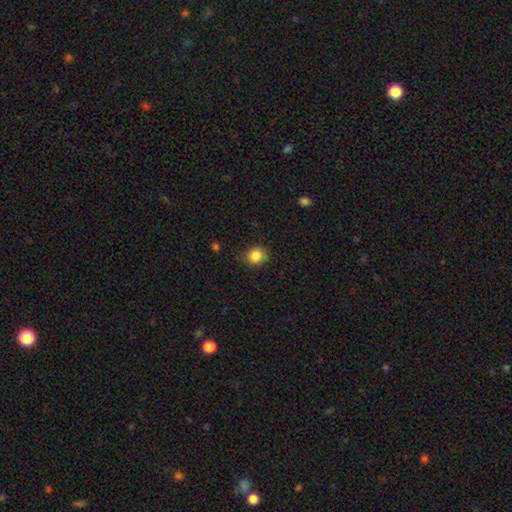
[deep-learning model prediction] Q: Smooth or featured?
A: smooth (85%); runner-up: star or artifact (10%)
Q: How rounded?
A: round (73%); runner-up: in between (26%)
Q: Merging?
A: none (81%); runner-up: minor disturbance (15%)